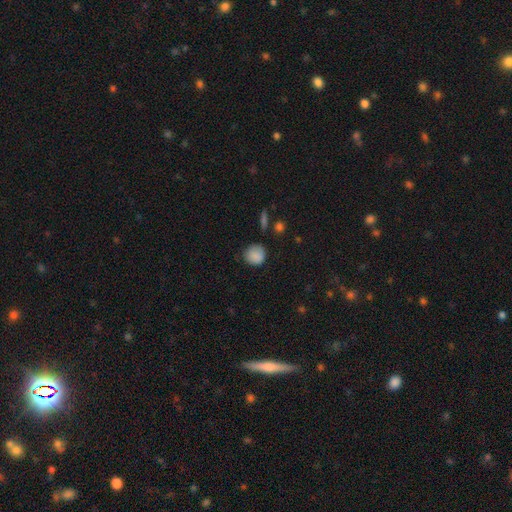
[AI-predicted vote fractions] Smooth or featured? smooth (87%)
How rounded? round (87%)
Merging? none (73%)